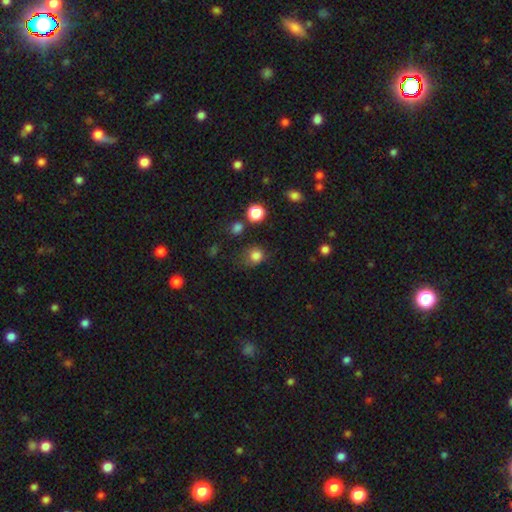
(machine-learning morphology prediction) Smooth or featured: smooth — 81% (star or artifact — 14%)
How rounded: round — 79% (in between — 20%)
Merging: none — 63% (minor disturbance — 22%)